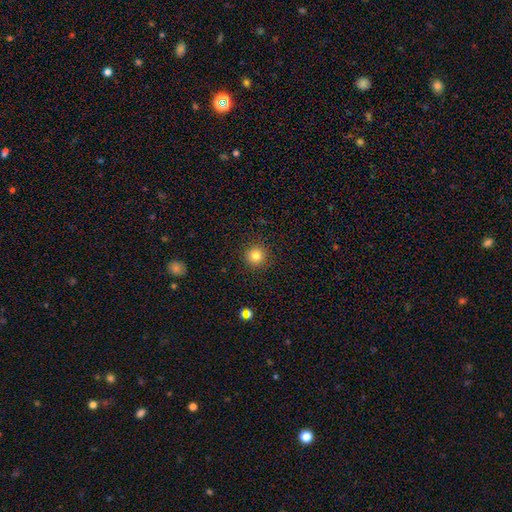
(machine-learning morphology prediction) Smooth or featured: smooth — 82% (star or artifact — 12%)
How rounded: round — 94% (in between — 5%)
Merging: none — 90% (minor disturbance — 6%)